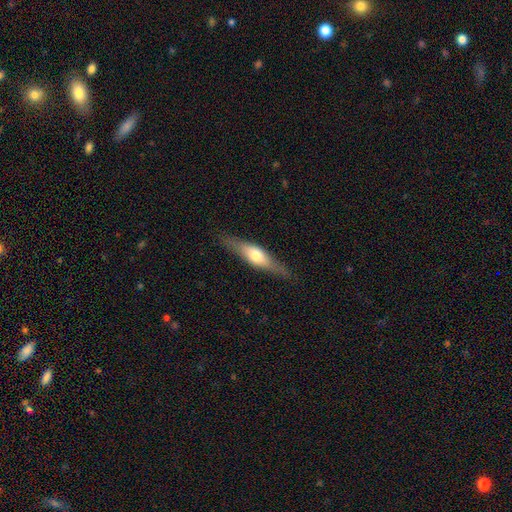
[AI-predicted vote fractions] Overall: featured or disk (49%; smooth 45%). Merging: none (84%).